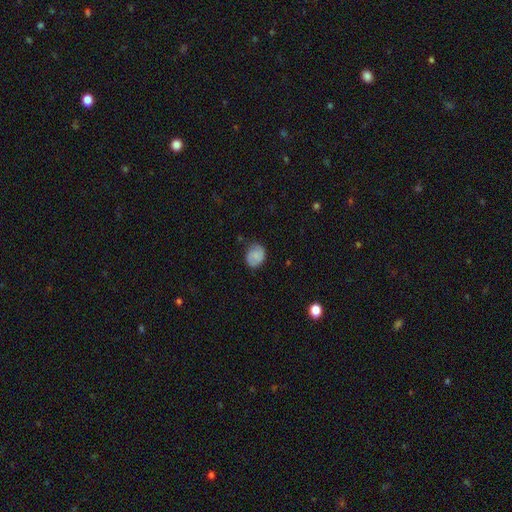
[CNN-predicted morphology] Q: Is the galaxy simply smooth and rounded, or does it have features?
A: smooth — 69%.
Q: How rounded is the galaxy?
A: round — 58%.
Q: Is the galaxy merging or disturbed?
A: none — 71%.